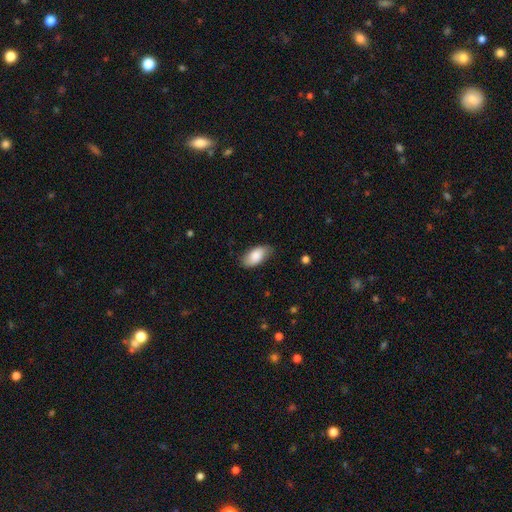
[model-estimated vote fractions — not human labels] Overall: smooth (84%). How rounded: in between (93%). Merging: none (78%).